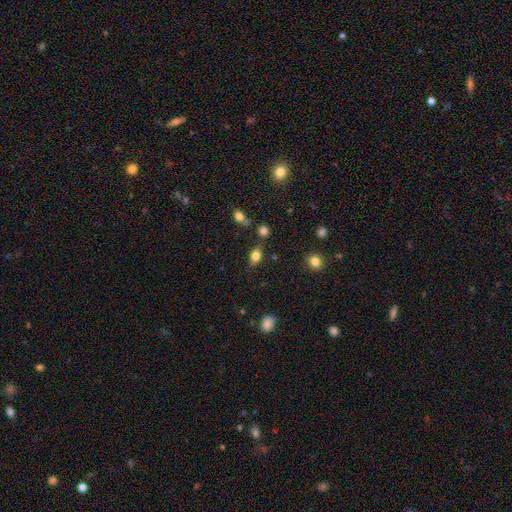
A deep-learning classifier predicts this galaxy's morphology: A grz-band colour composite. It shows a smooth galaxy with no disk features (79%) that is in between round and cigar-shaped (80%). Merging: none (74%).